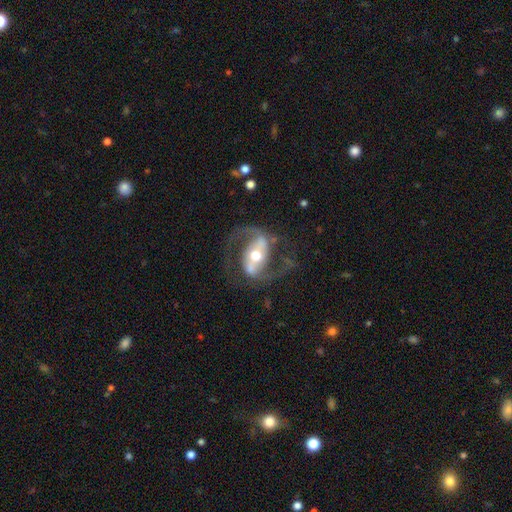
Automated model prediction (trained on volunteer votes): smooth-or-featured: featured or disk: 89% | smooth: 7% | star or artifact: 4%
  disk-edge-on: no: 97% | yes: 3%
    bar: strong: 54% | weak: 28% | no: 18%
    has-spiral-arms: yes: 94% | no: 6%
      spiral-winding: medium: 56% | loose: 33% | tight: 12%
      spiral-arm-count: 2: 93% | can't tell: 2% | 1: 2% | 3: 1% | 4: 1% | more than 4: 1%
    bulge-size: moderate: 70% | small: 14% | large: 13% | dominant: 2% | none: 1%
  merging: none: 71% | minor disturbance: 14% | major disturbance: 13% | merger: 2%